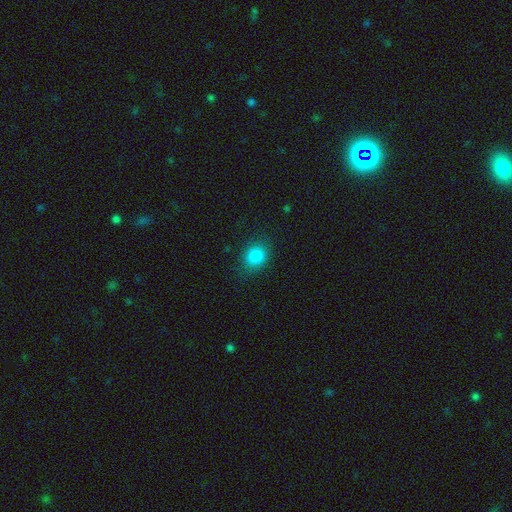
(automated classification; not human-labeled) Smooth or featured: smooth — 85% (star or artifact — 10%)
How rounded: round — 55% (in between — 44%)
Merging: none — 82% (minor disturbance — 13%)